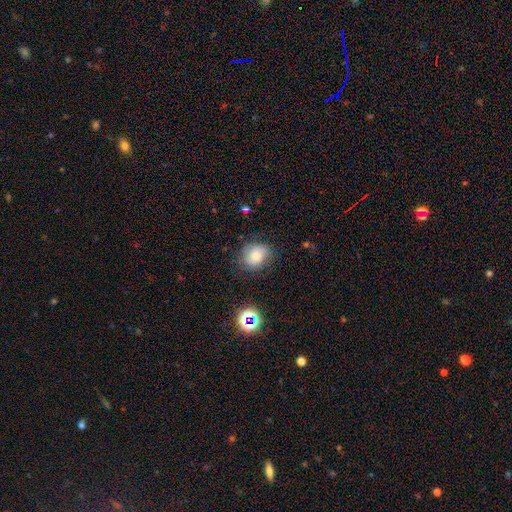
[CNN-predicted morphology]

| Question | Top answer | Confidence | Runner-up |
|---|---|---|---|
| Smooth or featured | smooth | 61% | featured or disk (27%) |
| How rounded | round | 65% | in between (34%) |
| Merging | none | 70% | minor disturbance (21%) |